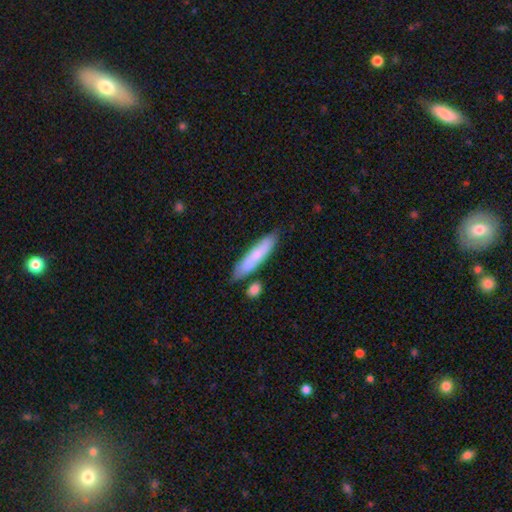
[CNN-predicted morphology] Smooth or featured: smooth — 72% (featured or disk — 22%)
How rounded: cigar-shaped — 82% (in between — 16%)
Merging: none — 74% (minor disturbance — 14%)